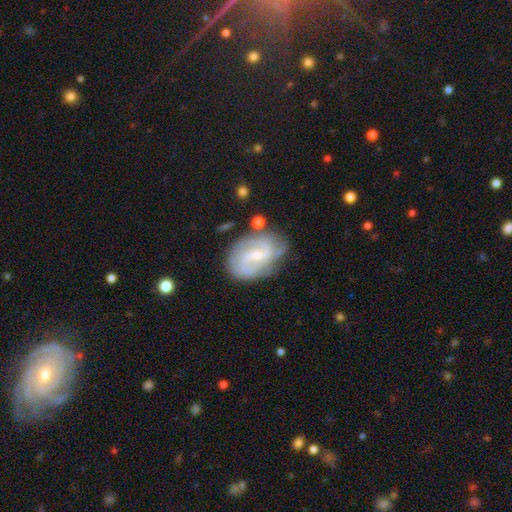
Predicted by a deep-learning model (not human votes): This is clearly a featured or disk galaxy (83%). It is clearly not viewed edge-on (97%). Bar: possibly weak (56%). Spiral arm pattern: clearly yes (95%). Spiral arm count: likely 2 (62%). Spiral winding: possibly medium (47%). Central bulge: likely small (67%). Merging: likely none (68%).